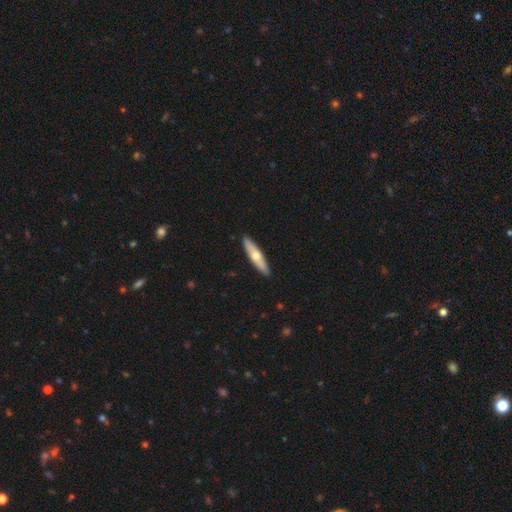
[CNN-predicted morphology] smooth-or-featured: smooth: 51% | featured or disk: 44% | star or artifact: 5%
  how-rounded: cigar-shaped: 78% | in between: 20% | round: 2%
  merging: none: 91% | minor disturbance: 7% | major disturbance: 1% | merger: 1%